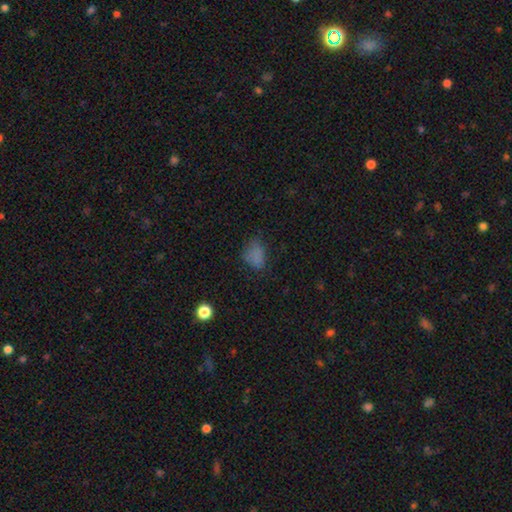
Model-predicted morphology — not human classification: A smooth galaxy with no disk features (74%) that is in between round and cigar-shaped (73%). Merging: none (57%).